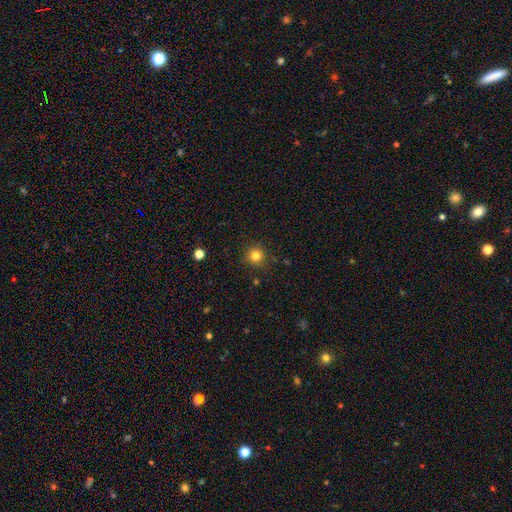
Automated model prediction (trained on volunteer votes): The model was most divided on "smooth or featured": smooth: 81%, star or artifact: 13%, featured or disk: 5%. More confident: how rounded — round (94%); merging — none (87%).